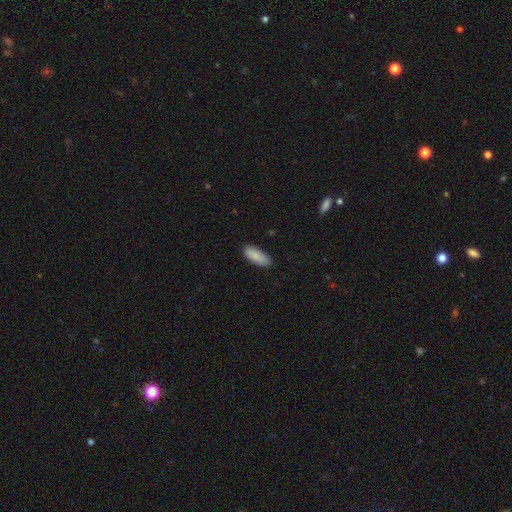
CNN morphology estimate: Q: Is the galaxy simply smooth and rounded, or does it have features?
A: smooth — 88%.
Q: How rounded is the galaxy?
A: in between — 77%.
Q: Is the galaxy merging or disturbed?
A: none — 86%.